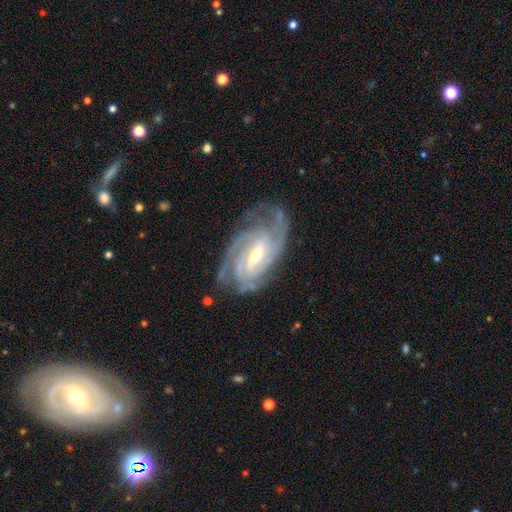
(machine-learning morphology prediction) Q: Smooth or featured?
A: featured or disk (91%); runner-up: star or artifact (5%)
Q: Edge-on disk?
A: no (96%); runner-up: yes (4%)
Q: Bar?
A: weak (45%); runner-up: strong (41%)
Q: Spiral arms?
A: yes (98%); runner-up: no (2%)
Q: Spiral winding?
A: tight (66%); runner-up: medium (29%)
Q: Spiral arm count?
A: 3 (30%); runner-up: 4 (24%)
Q: Bulge size?
A: small (48%); tied with: moderate (48%)
Q: Merging?
A: none (74%); runner-up: minor disturbance (18%)